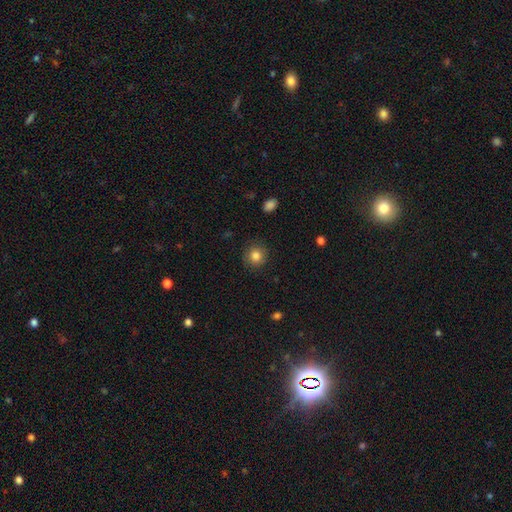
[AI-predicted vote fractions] Smooth or featured?
  - smooth: 84% *
  - star or artifact: 10%
  - featured or disk: 6%
How rounded?
  - round: 91% *
  - in between: 8%
  - cigar-shaped: 1%
Merging?
  - none: 88% *
  - minor disturbance: 8%
  - major disturbance: 2%
  - merger: 1%